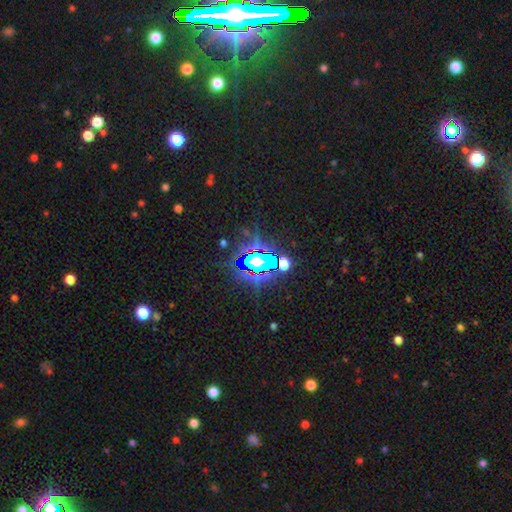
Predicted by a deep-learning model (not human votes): star or artifact 82%, smooth 10%, featured or disk 8%.